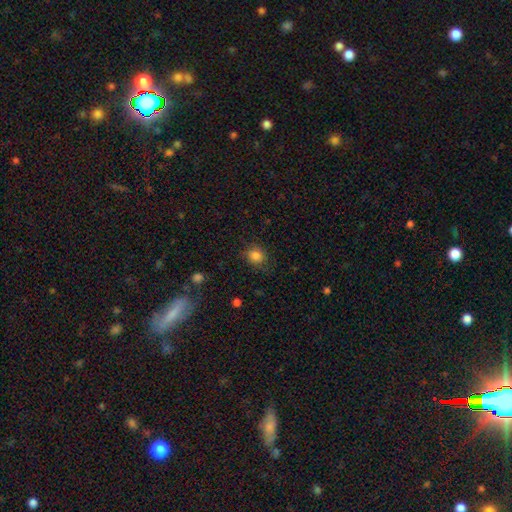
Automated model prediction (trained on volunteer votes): smooth 84%, star or artifact 11%, featured or disk 6%. Down the decision tree: how rounded — round (74%); merging — none (78%).